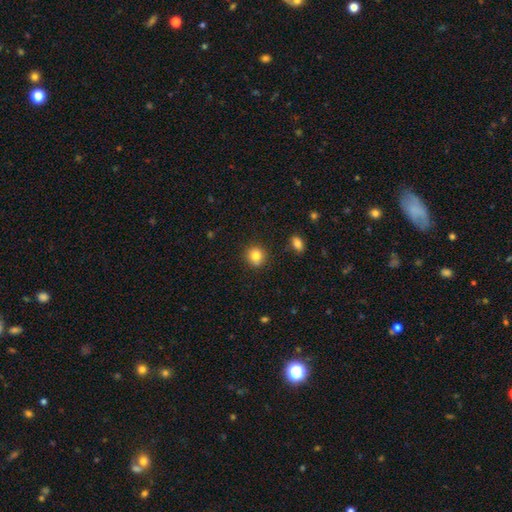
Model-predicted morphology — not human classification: Smooth or featured? Predicted: smooth (p=0.83). How rounded? Predicted: round (p=0.88). Merging? Predicted: none (p=0.86).